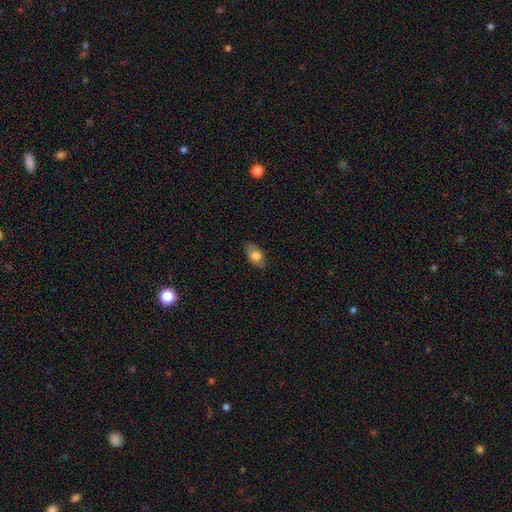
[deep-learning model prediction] The model was most divided on "smooth or featured": smooth: 75%, featured or disk: 18%, star or artifact: 8%. More confident: how rounded — in between (88%); merging — none (81%).